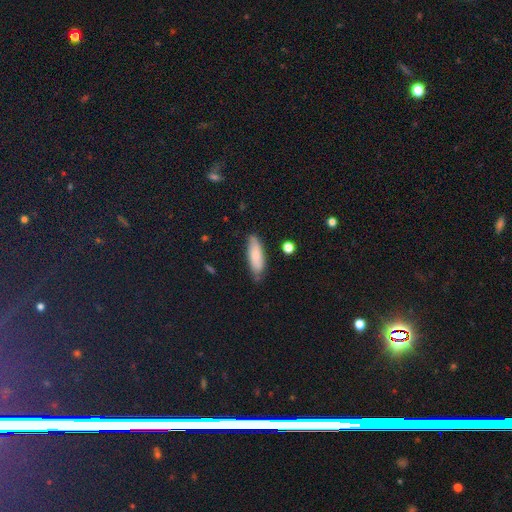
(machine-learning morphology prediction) The model was most divided on "how rounded": in between: 56%, cigar-shaped: 43%, round: 2%. More confident: smooth or featured — smooth (77%); merging — none (73%).